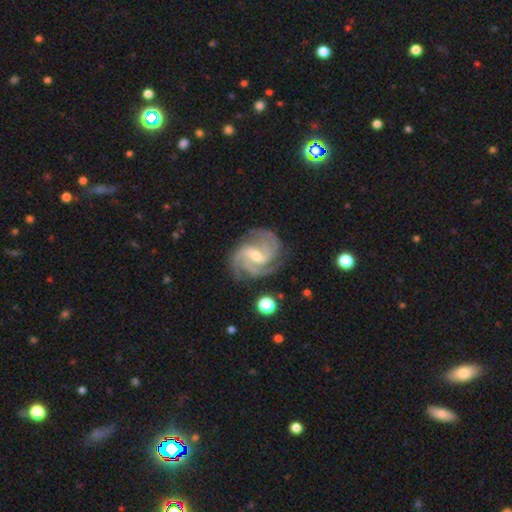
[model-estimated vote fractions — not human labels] smooth_or_featured: featured or disk (p=0.92) [alt: star or artifact p=0.04]
disk_edge_on: no (p=0.98) [alt: yes p=0.02]
bar: weak (p=0.53) [alt: strong p=0.27]
has_spiral_arms: yes (p=0.98) [alt: no p=0.02]
spiral_winding: medium (p=0.48) [alt: tight p=0.43]
spiral_arm_count: 3 (p=0.50) [alt: 4 p=0.17]
bulge_size: small (p=0.49) [alt: moderate p=0.47]
merging: none (p=0.76) [alt: minor disturbance p=0.16]